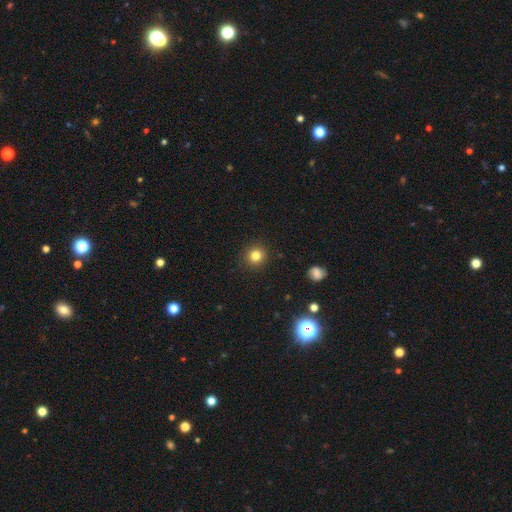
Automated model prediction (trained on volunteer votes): This appears to be a smooth galaxy with no disk features (82%) that is round (91%). Merging: none (91%).